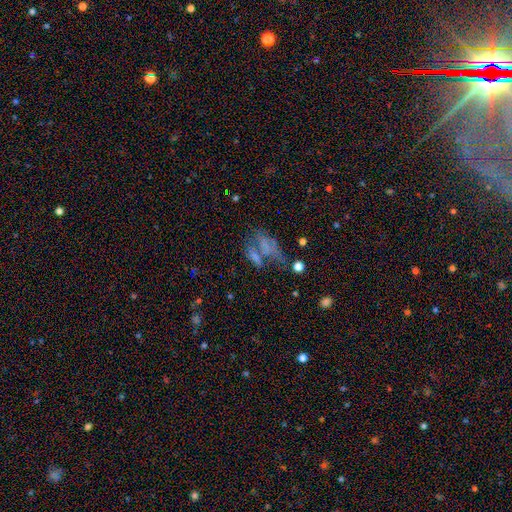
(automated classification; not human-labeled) smooth_or_featured: smooth (p=0.48) [alt: featured or disk p=0.31]
merging: none (p=0.32) [alt: merger p=0.31]